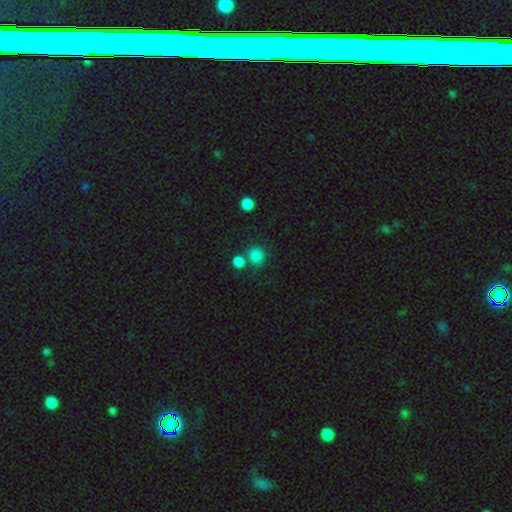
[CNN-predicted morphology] smooth 82%, star or artifact 13%, featured or disk 5%. Down the decision tree: how rounded — round (83%); merging — none (62%).